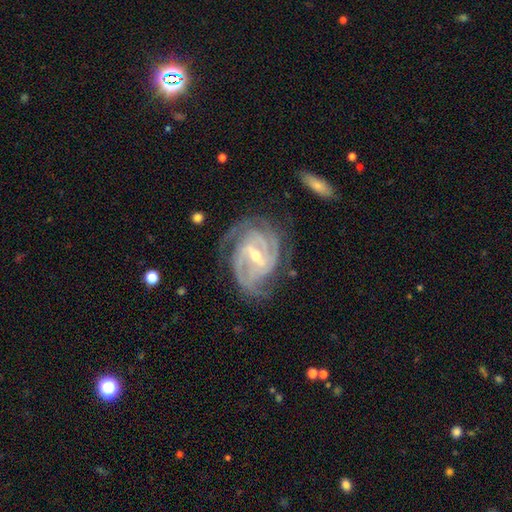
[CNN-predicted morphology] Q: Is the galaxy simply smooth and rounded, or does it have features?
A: featured or disk — 92%.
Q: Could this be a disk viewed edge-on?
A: no — 97%.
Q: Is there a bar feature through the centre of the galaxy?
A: strong — 45%.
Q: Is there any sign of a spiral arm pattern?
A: yes — 98%.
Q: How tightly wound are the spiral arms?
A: tight — 63%.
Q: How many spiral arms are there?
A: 3 — 37%.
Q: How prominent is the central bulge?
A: small — 50%.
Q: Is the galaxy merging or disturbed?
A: none — 72%.